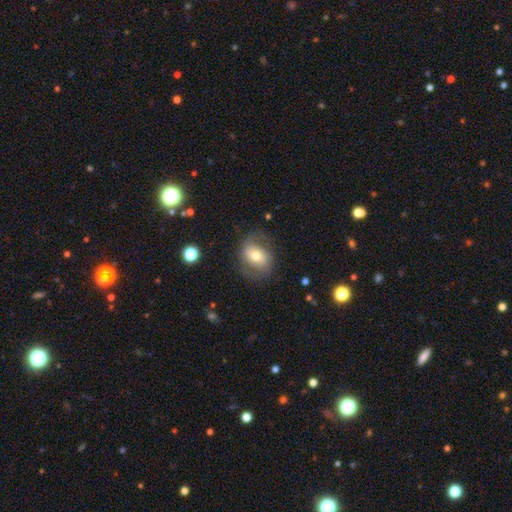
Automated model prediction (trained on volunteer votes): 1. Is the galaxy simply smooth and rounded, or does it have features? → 47% featured or disk, 44% smooth, 8% star or artifact.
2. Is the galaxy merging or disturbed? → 68% none, 19% minor disturbance, 12% major disturbance, 1% merger.